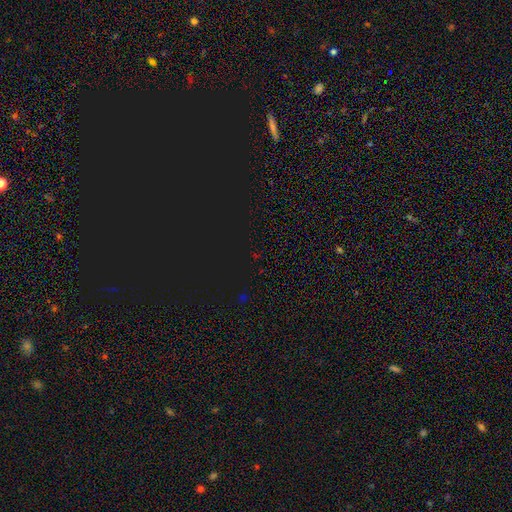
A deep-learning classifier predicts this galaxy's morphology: Smooth or featured?
  - star or artifact: 77% *
  - smooth: 16%
  - featured or disk: 7%